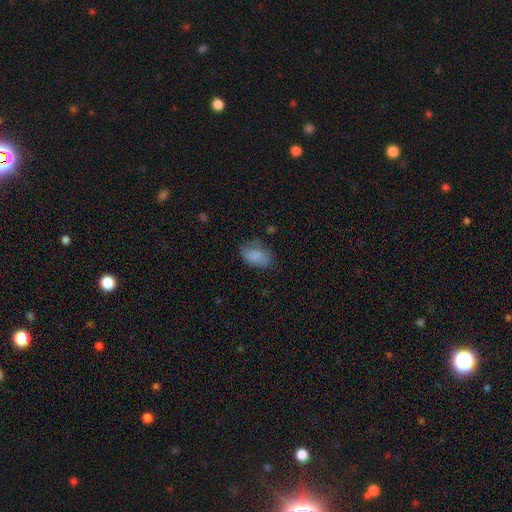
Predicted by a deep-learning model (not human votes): smooth 82%, featured or disk 10%, star or artifact 8%. Down the decision tree: how rounded — in between (89%); merging — none (65%).